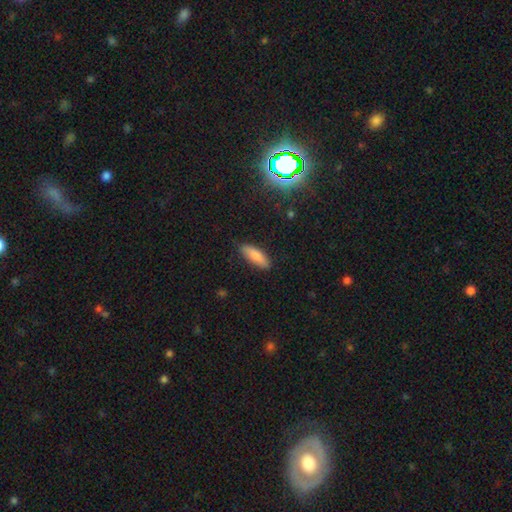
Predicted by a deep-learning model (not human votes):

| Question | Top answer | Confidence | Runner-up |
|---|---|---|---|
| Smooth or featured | smooth | 84% | featured or disk (9%) |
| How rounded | in between | 53% | cigar-shaped (45%) |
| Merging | none | 85% | minor disturbance (11%) |